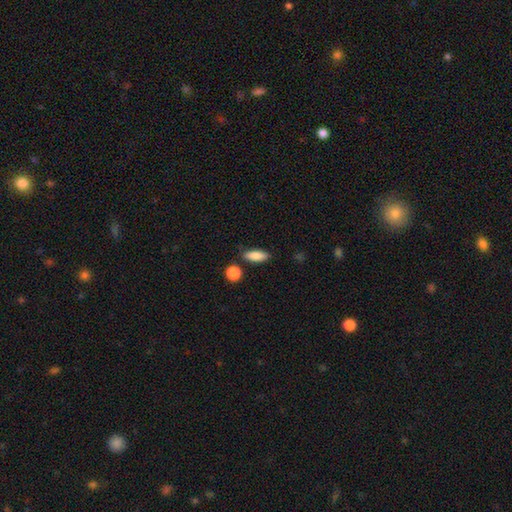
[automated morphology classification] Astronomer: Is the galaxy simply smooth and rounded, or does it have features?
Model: smooth — 85%.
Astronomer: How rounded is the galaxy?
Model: in between — 73%.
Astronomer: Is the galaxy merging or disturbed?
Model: none — 80%.